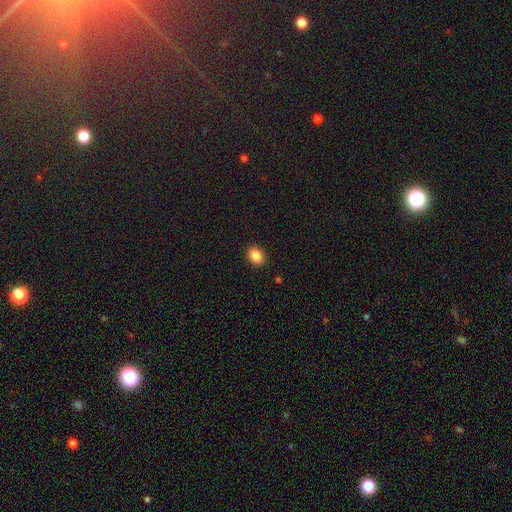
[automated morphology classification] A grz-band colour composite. It shows a smooth galaxy with no disk features (86%) that is in between round and cigar-shaped (62%). Merging: none (91%).